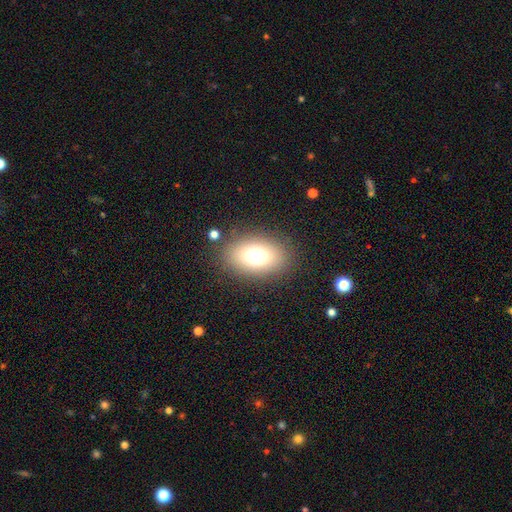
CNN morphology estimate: Smooth or featured? Predicted: smooth (p=0.70). How rounded? Predicted: in between (p=0.76). Merging? Predicted: none (p=0.83).